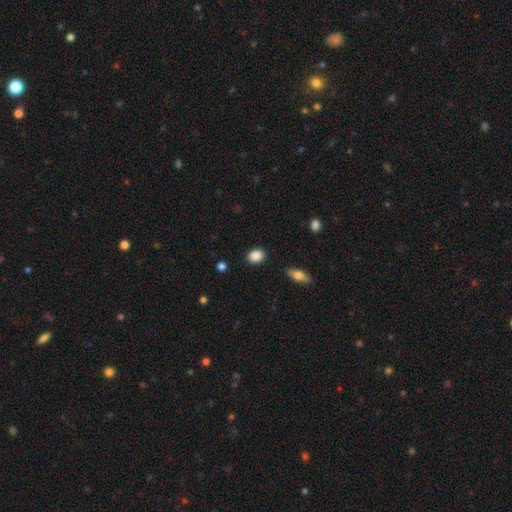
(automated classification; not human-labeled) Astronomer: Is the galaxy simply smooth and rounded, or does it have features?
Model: smooth — 88%.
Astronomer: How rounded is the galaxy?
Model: in between — 52% (runner-up: round, 46%).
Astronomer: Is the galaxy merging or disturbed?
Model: none — 88%.